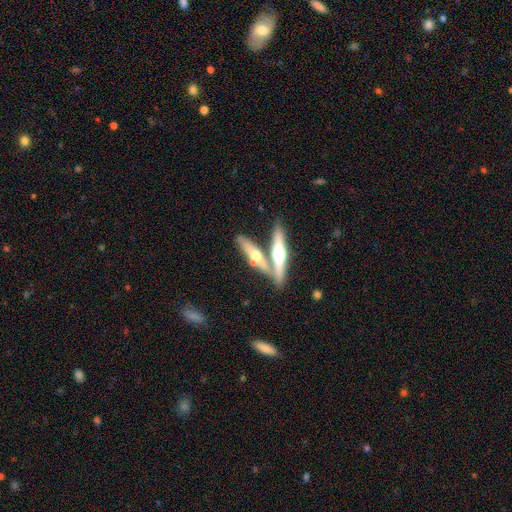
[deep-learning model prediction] Morphology: type=featured or disk (62%); edge-on=yes (92%); edge-on bulge=rounded (94%); merging=none (47%).